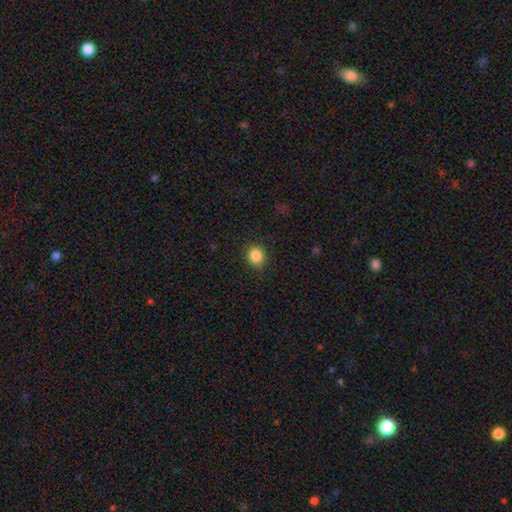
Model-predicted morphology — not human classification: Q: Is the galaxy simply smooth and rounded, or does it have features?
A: smooth — 86%.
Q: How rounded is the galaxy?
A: round — 80%.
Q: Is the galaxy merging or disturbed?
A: none — 88%.